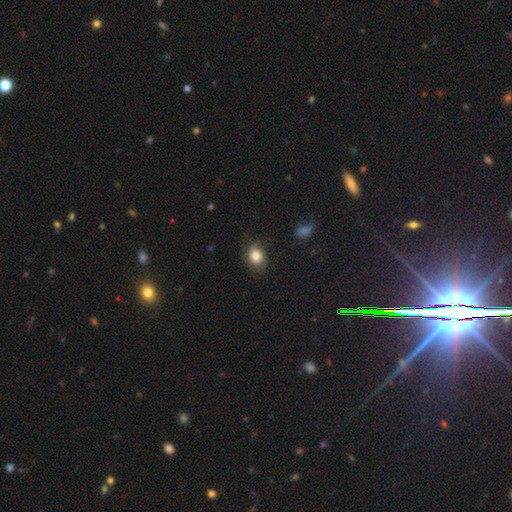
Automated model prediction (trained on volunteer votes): Q: Smooth or featured?
A: smooth (74%); runner-up: featured or disk (17%)
Q: How rounded?
A: in between (50%); runner-up: round (49%)
Q: Merging?
A: none (59%); runner-up: minor disturbance (28%)